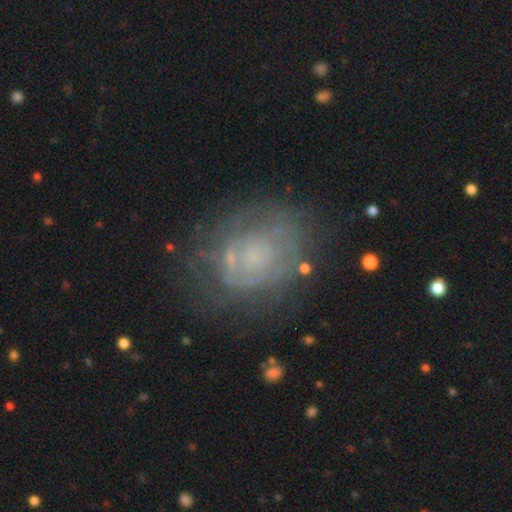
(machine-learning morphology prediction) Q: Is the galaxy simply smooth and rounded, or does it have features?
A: featured or disk — 60%.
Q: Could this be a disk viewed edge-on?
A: no — 97%.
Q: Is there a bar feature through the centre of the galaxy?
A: no — 85%.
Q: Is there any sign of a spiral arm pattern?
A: yes — 51%.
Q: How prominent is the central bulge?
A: none — 38%.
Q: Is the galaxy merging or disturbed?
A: none — 64%.